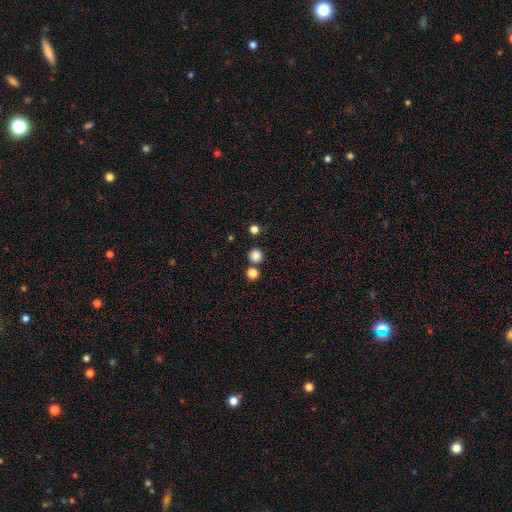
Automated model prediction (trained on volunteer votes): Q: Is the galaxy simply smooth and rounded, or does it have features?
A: smooth — 83%.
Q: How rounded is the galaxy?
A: round — 94%.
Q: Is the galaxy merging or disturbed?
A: none — 81%.